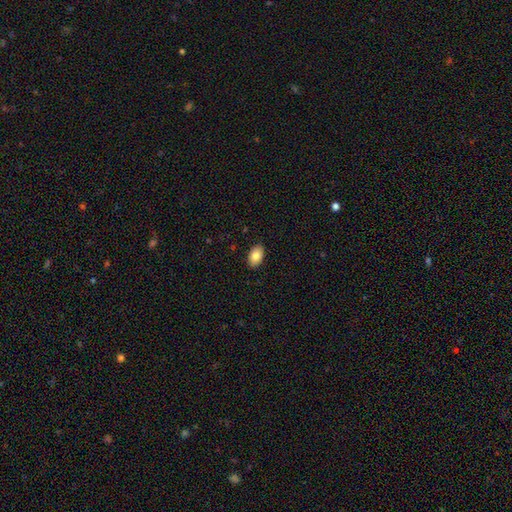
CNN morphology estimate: Smooth or featured? Predicted: smooth (p=0.84). How rounded? Predicted: in between (p=0.93). Merging? Predicted: none (p=0.90).